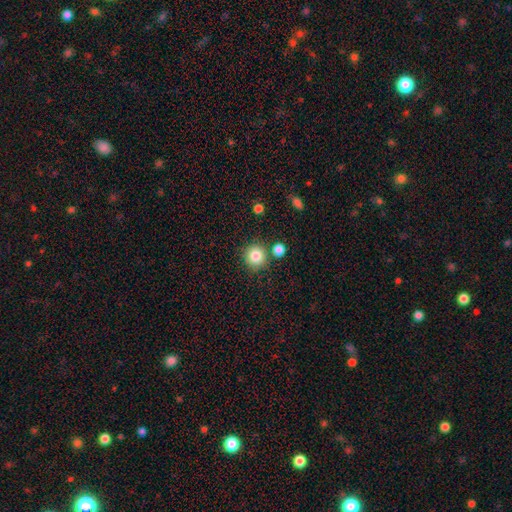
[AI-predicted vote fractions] smooth 84%, star or artifact 11%, featured or disk 6%. Down the decision tree: how rounded — round (93%); merging — none (80%).